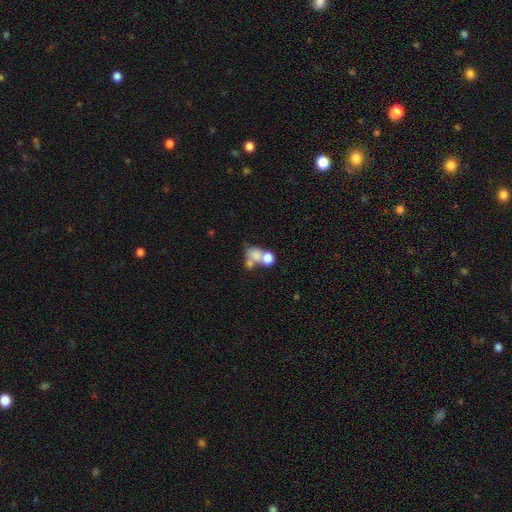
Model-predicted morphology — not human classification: Smooth or featured?
  - smooth: 70% *
  - featured or disk: 18%
  - star or artifact: 12%
How rounded?
  - in between: 51% *
  - round: 47%
  - cigar-shaped: 2%
Merging?
  - merger: 58% *
  - none: 24%
  - major disturbance: 10%
  - minor disturbance: 9%